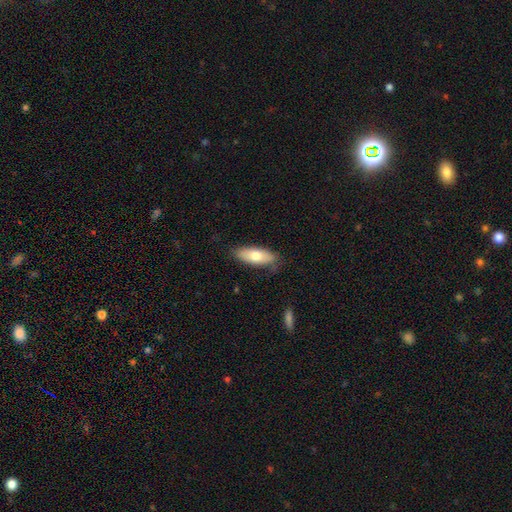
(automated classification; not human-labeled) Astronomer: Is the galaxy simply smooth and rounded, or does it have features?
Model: smooth — 72%.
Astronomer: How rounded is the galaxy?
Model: in between — 74%.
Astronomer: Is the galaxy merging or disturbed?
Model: none — 79%.